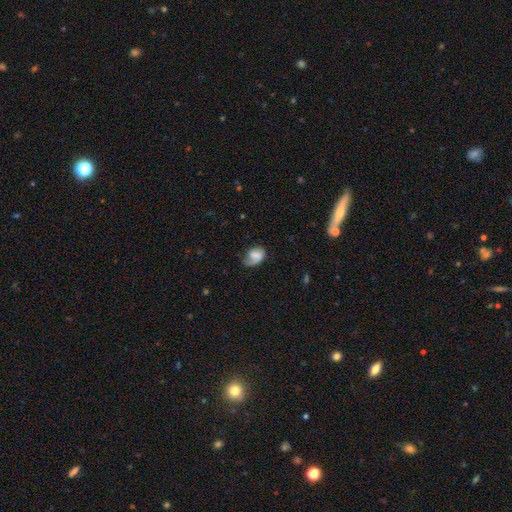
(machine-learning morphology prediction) Smooth or featured? Predicted: featured or disk (p=0.47). Merging? Predicted: none (p=0.47).